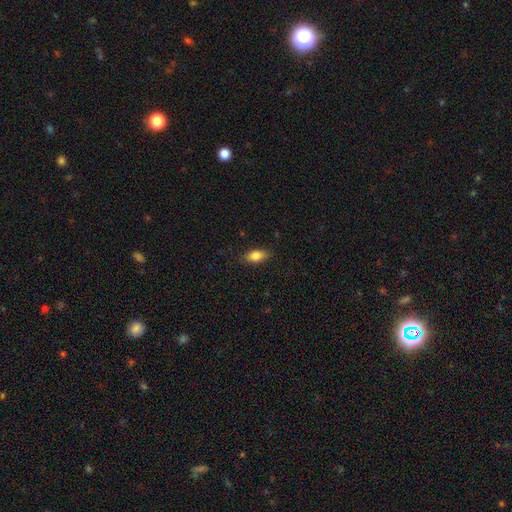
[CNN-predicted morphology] Smooth or featured: smooth — 83% (featured or disk — 9%)
How rounded: in between — 86% (cigar-shaped — 8%)
Merging: none — 83% (minor disturbance — 13%)